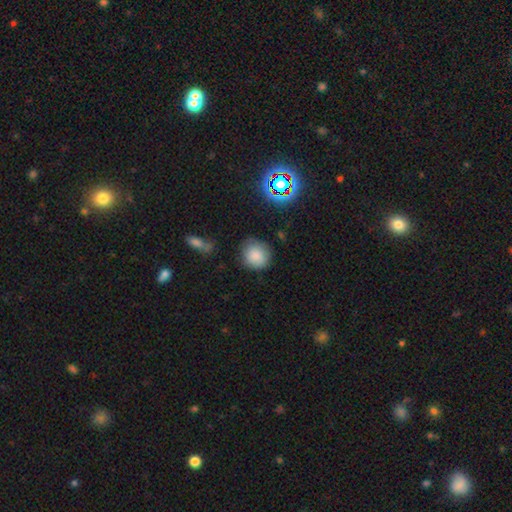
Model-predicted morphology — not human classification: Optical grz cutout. It shows a smooth galaxy with no disk features (83%) that is round (87%). Merging: none (80%).